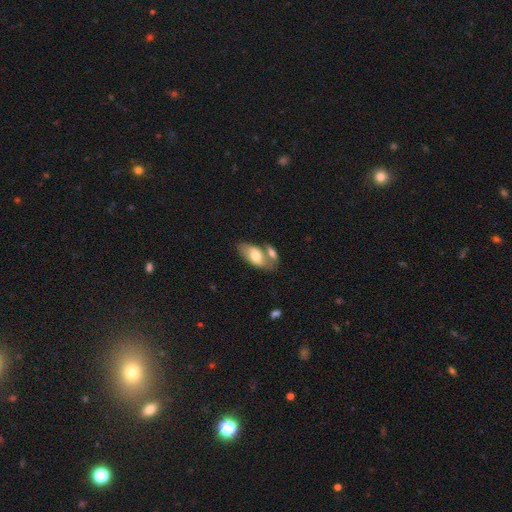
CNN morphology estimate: A smooth galaxy with no disk features (63%) that is in between round and cigar-shaped (91%). Merging: merger (41%, tied with none).